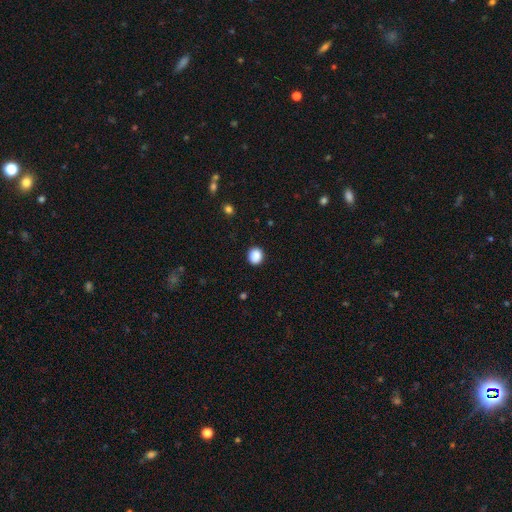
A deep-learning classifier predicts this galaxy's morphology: A smooth galaxy with no disk features (89%) that is round (81%).

Vote fractions:
- Smooth or featured? smooth: 89% / star or artifact: 9% / featured or disk: 3%
- How rounded? round: 81% / in between: 18% / cigar-shaped: 1%
- Merging? none: 90% / minor disturbance: 7% / major disturbance: 2% / merger: 1%